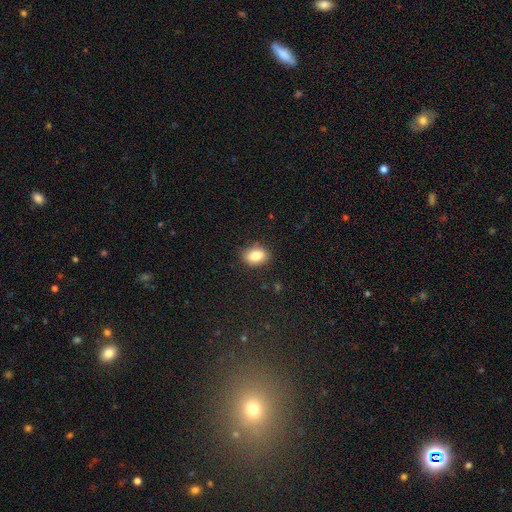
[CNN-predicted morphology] A smooth galaxy with no disk features (84%) that is in between round and cigar-shaped (69%). Merging: none (86%).